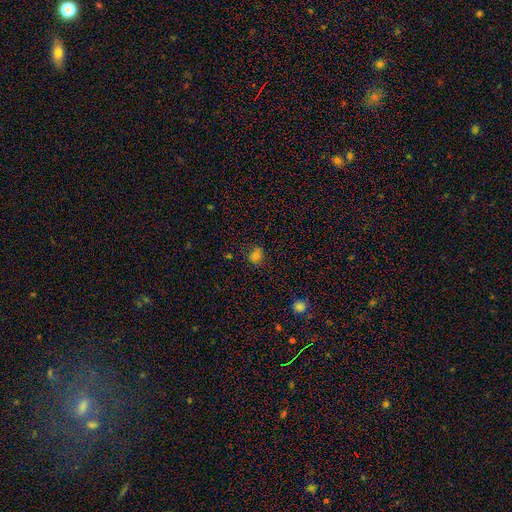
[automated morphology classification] Overall: smooth (68%). How rounded: round (75%). Merging: none (79%).